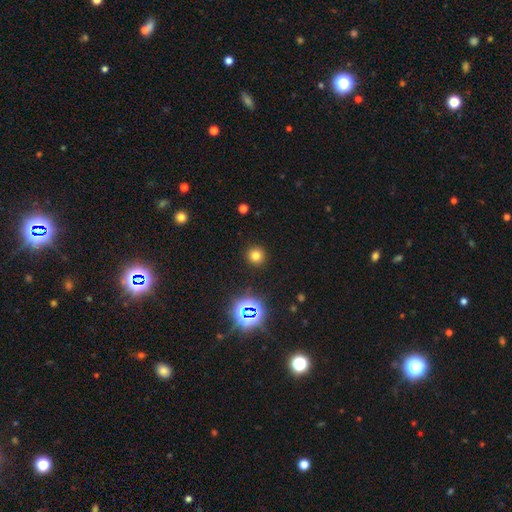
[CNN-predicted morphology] A smooth galaxy with no disk features (74%) that is round (94%). Merging: none (91%).